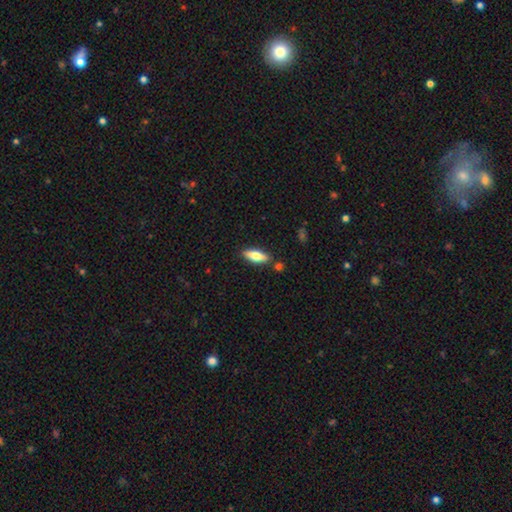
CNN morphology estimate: Smooth or featured: smooth — 67% (featured or disk — 27%)
How rounded: in between — 60% (cigar-shaped — 38%)
Merging: none — 84% (minor disturbance — 10%)